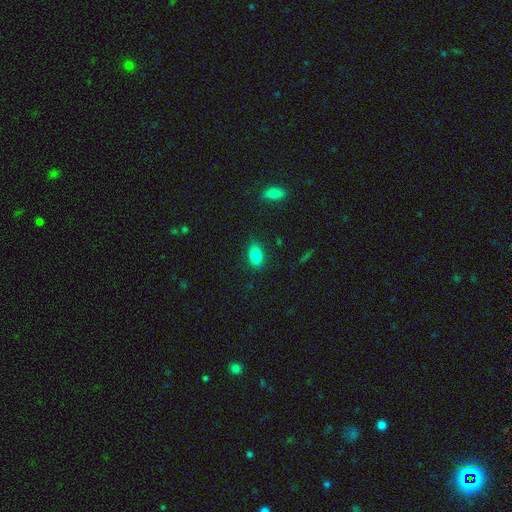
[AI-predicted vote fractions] This is clearly a smooth galaxy (85%). How rounded: clearly in between (89%). Merging: clearly none (83%).